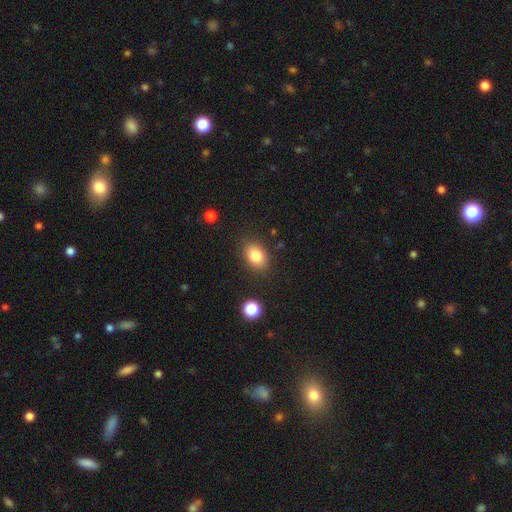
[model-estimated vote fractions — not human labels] Q: Smooth or featured?
A: smooth (83%); runner-up: star or artifact (9%)
Q: How rounded?
A: in between (72%); runner-up: round (27%)
Q: Merging?
A: none (85%); runner-up: minor disturbance (10%)